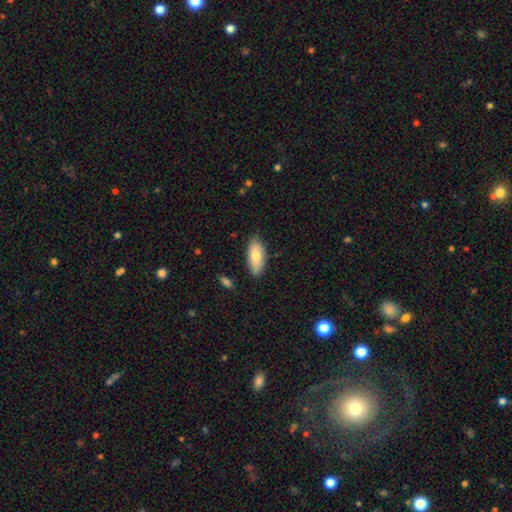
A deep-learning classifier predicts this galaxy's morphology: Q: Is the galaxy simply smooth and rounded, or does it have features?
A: smooth — 78%.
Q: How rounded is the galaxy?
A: in between — 87%.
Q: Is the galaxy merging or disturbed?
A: none — 77%.